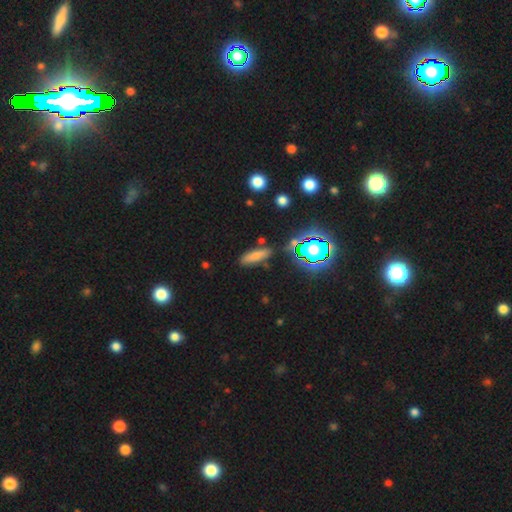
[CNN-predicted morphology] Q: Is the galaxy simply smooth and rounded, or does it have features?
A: smooth — 72%.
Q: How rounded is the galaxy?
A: cigar-shaped — 56%.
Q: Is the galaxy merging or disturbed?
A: none — 82%.